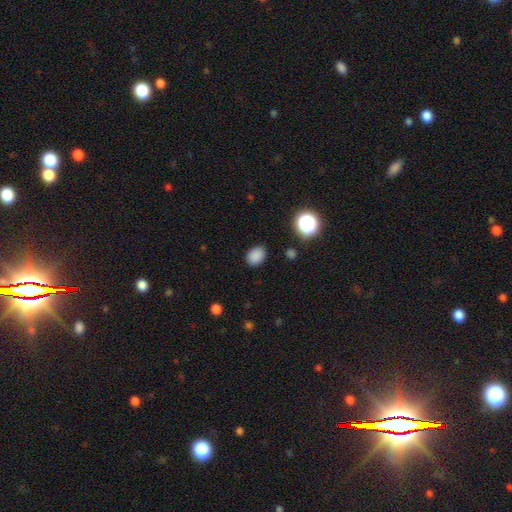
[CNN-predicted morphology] A smooth galaxy with no disk features (84%) that is in between round and cigar-shaped (61%). Merging: none (85%).